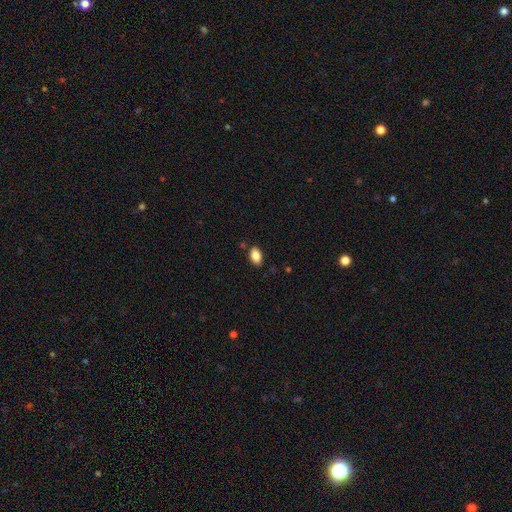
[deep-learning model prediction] smooth-or-featured: smooth: 85% | star or artifact: 8% | featured or disk: 7%
  how-rounded: in between: 92% | round: 6% | cigar-shaped: 2%
  merging: none: 86% | minor disturbance: 10% | merger: 2% | major disturbance: 2%